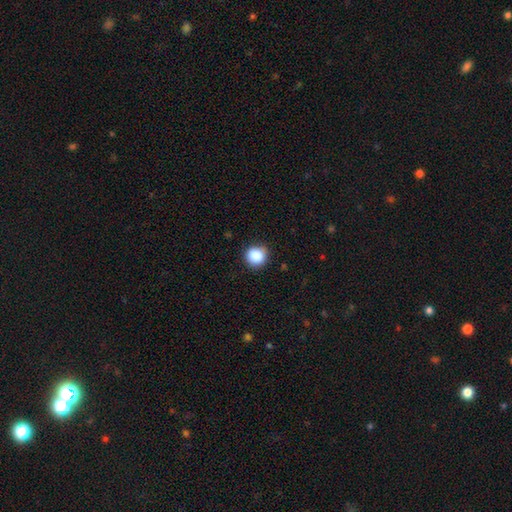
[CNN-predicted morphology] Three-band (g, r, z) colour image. It shows a smooth galaxy with no disk features (88%) that is round (92%). Merging: none (88%).